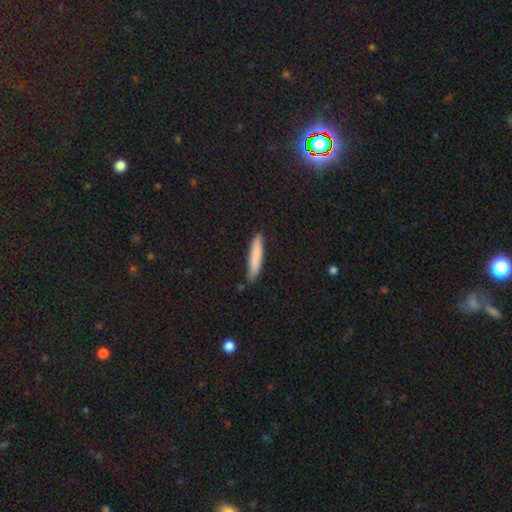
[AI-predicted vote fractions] Smooth or featured? Predicted: smooth (p=0.82). How rounded? Predicted: cigar-shaped (p=0.91). Merging? Predicted: none (p=0.83).